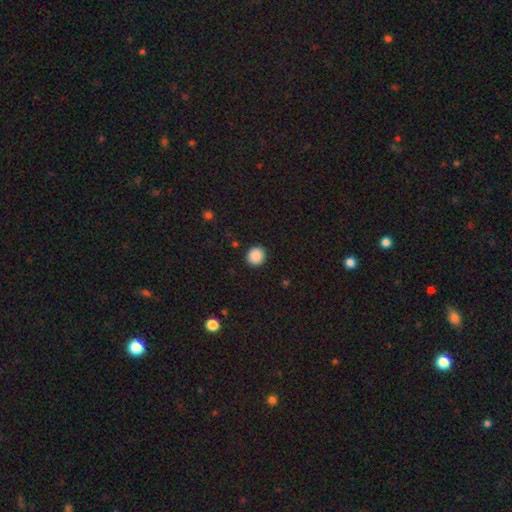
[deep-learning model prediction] This appears to be a smooth galaxy with no disk features (89%) that is round (88%). Merging: none (91%).